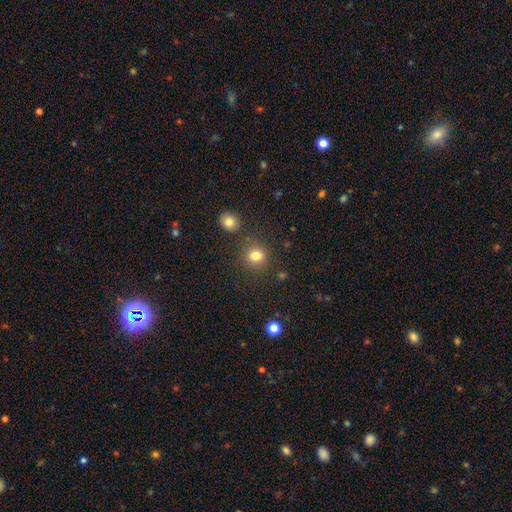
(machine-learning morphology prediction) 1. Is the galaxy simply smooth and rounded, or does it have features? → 81% smooth, 14% star or artifact, 6% featured or disk.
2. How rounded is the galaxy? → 84% round, 15% in between, 1% cigar-shaped.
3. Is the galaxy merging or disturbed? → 82% none, 9% minor disturbance, 5% merger, 3% major disturbance.